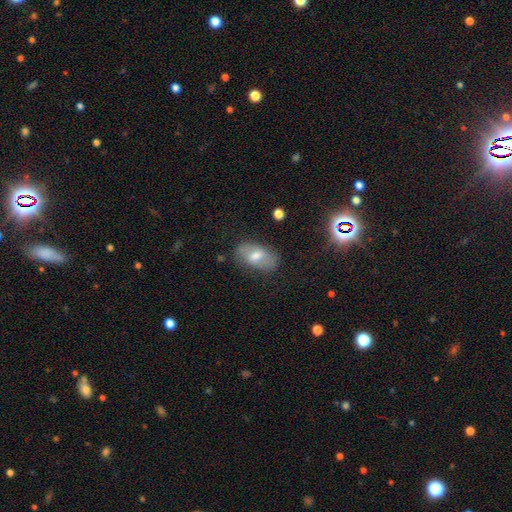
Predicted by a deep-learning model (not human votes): This is possibly a smooth galaxy (58%). How rounded: clearly in between (91%). Merging: likely none (73%).